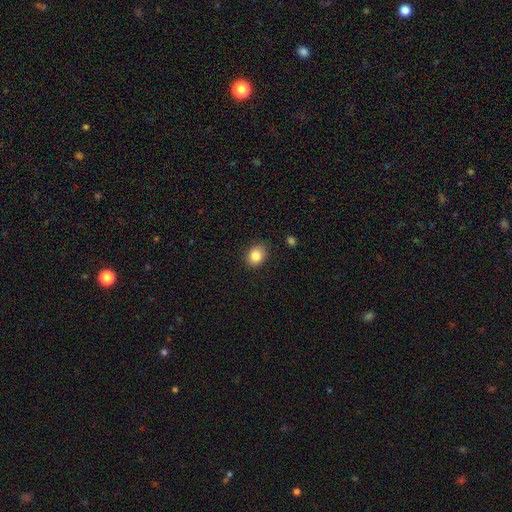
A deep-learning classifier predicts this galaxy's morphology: Smooth or featured? Predicted: smooth (p=0.85). How rounded? Predicted: round (p=0.57). Merging? Predicted: none (p=0.83).